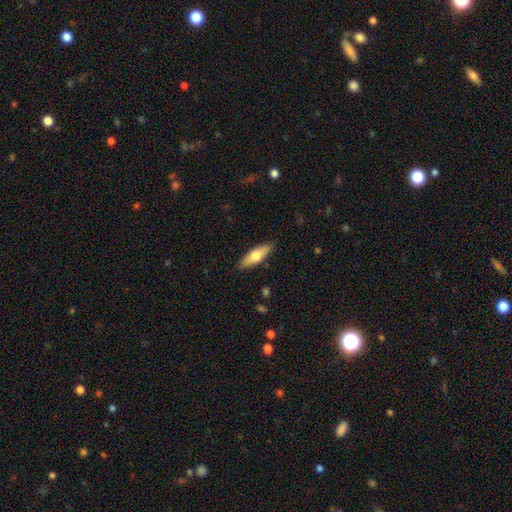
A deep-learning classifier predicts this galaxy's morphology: smooth-or-featured: smooth: 65% | featured or disk: 30% | star or artifact: 5%
  how-rounded: in between: 49% | cigar-shaped: 48% | round: 2%
  merging: none: 88% | minor disturbance: 9% | major disturbance: 2% | merger: 1%